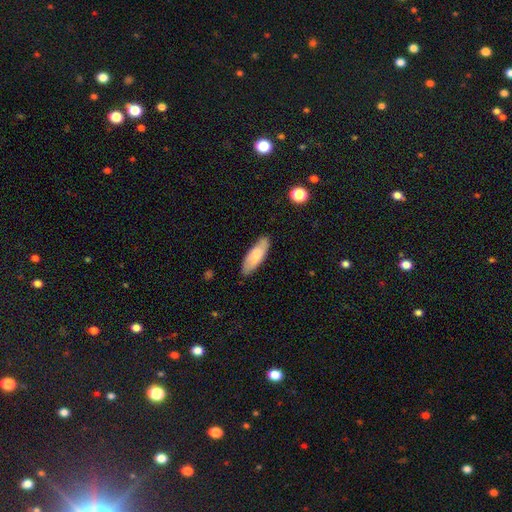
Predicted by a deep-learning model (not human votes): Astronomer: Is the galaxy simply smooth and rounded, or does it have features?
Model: smooth — 74%.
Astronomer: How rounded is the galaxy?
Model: in between — 63%.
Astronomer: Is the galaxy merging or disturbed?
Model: none — 81%.